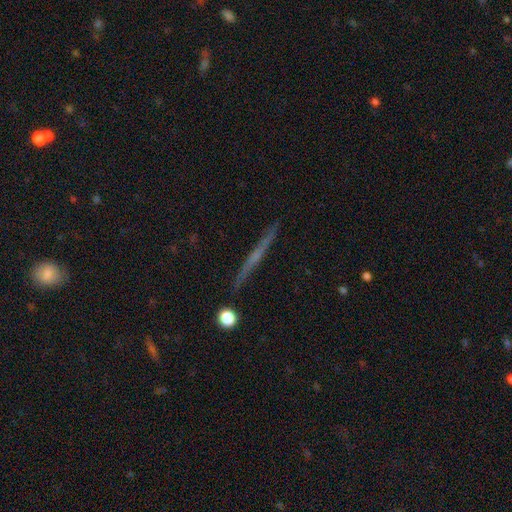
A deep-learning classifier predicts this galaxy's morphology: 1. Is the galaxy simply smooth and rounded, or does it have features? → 68% featured or disk, 24% smooth, 8% star or artifact.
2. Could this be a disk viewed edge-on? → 97% yes, 3% no.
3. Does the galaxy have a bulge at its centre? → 61% none, 32% rounded, 7% boxy.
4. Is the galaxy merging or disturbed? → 90% none, 7% minor disturbance, 2% merger, 2% major disturbance.